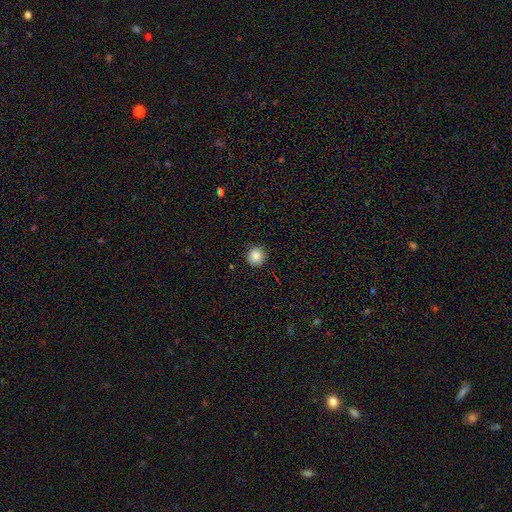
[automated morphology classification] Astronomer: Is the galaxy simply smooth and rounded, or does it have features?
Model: smooth — 85%.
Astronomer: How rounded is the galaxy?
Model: round — 94%.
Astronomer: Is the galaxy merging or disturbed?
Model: none — 90%.